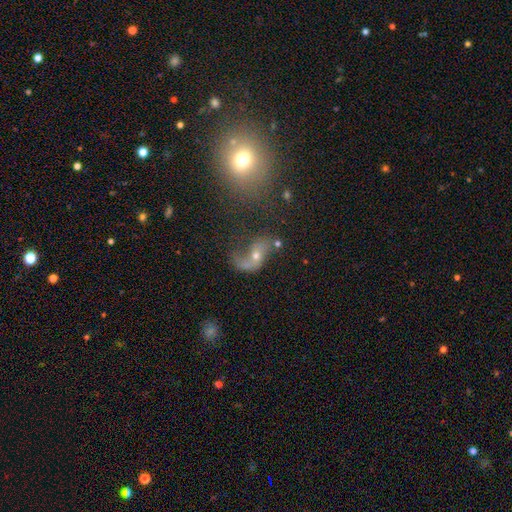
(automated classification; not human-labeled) Smooth or featured: featured or disk — 61% (smooth — 25%)
Edge-on disk: no — 95% (yes — 5%)
Bar: no — 69% (weak — 23%)
Spiral arms: yes — 75% (no — 25%)
Bulge size: moderate — 47% (small — 44%)
Merging: major disturbance — 33% (none — 32%)